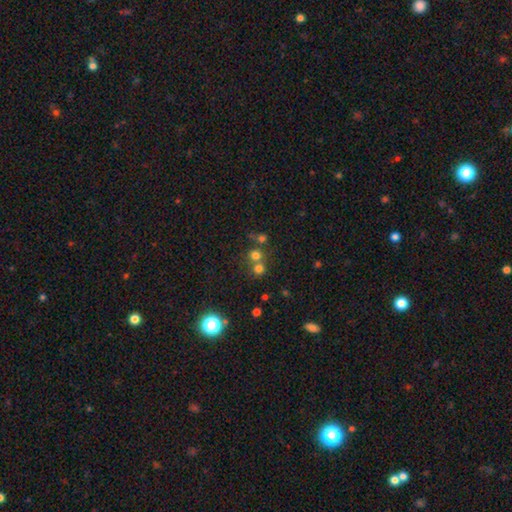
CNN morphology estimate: A smooth galaxy with no disk features (66%) that is round (88%). Merging: none (54%).